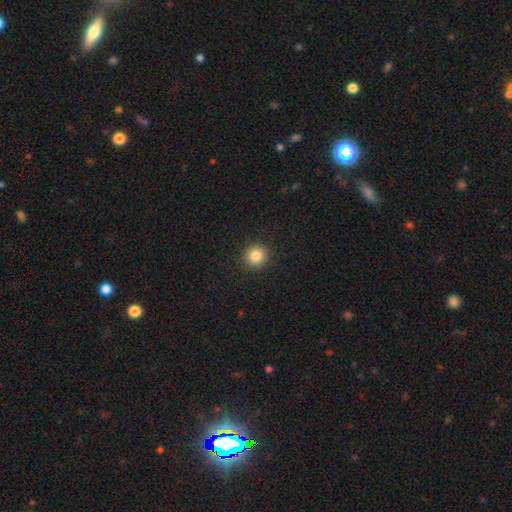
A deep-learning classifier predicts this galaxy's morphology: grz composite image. It shows a smooth galaxy with no disk features (85%) that is round (93%). Merging: none (91%).